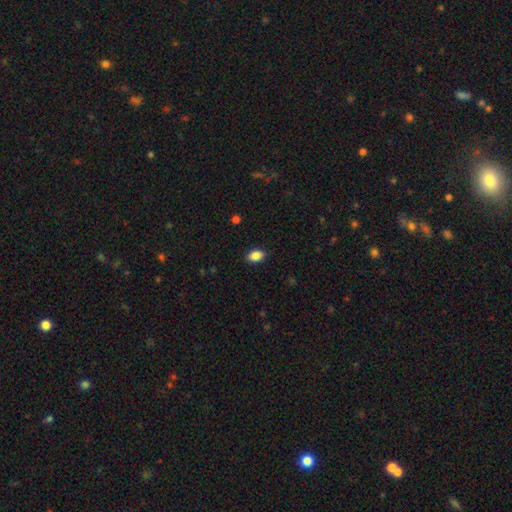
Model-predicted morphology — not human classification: Smooth or featured: smooth — 87% (star or artifact — 8%)
How rounded: in between — 87% (round — 12%)
Merging: none — 87% (minor disturbance — 10%)